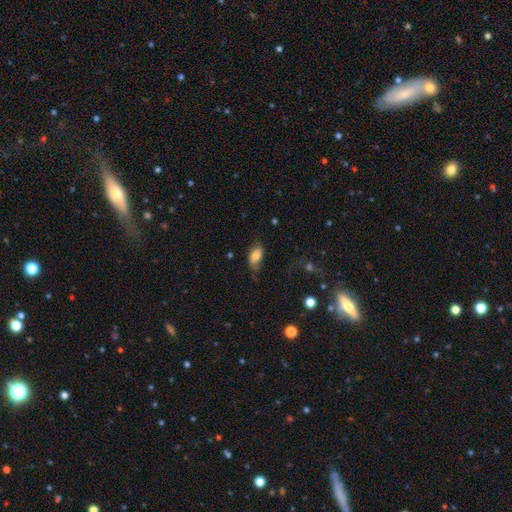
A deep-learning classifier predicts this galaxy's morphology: Smooth or featured? Predicted: smooth (p=0.77). How rounded? Predicted: in between (p=0.90). Merging? Predicted: none (p=0.48).